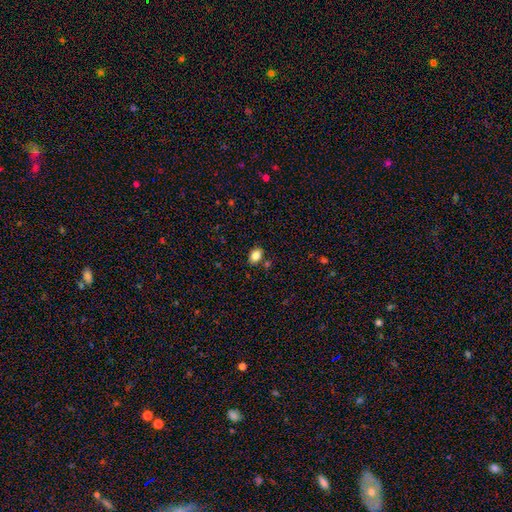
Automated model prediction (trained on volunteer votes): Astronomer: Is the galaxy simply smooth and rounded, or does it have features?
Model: smooth — 85%.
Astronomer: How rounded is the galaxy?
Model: in between — 81%.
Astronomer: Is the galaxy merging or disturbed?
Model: none — 83%.